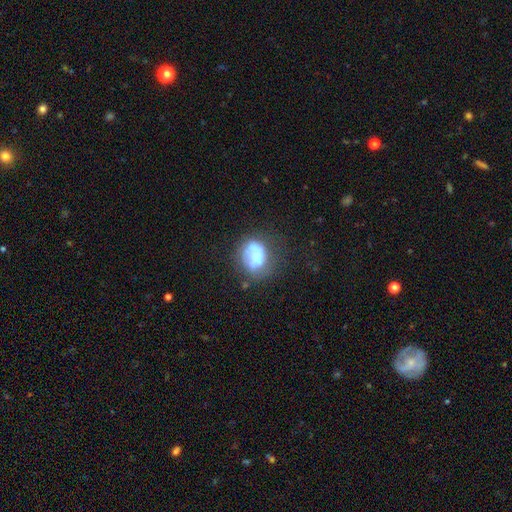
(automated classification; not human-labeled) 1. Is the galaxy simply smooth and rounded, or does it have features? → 45% featured or disk, 44% smooth, 11% star or artifact.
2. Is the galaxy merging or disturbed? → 36% none, 29% major disturbance, 25% minor disturbance, 10% merger.